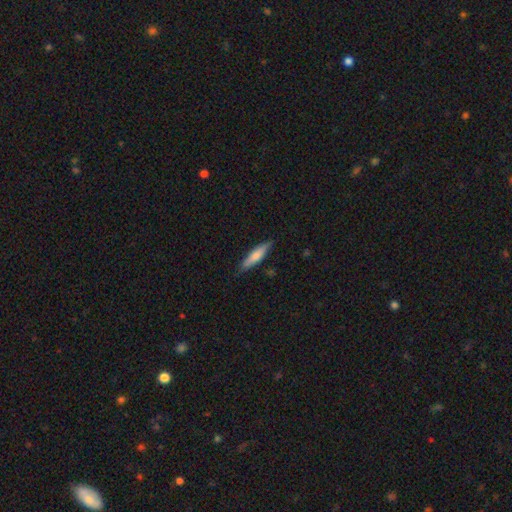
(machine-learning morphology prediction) Q: Smooth or featured?
A: smooth (71%); runner-up: featured or disk (24%)
Q: How rounded?
A: cigar-shaped (79%); runner-up: in between (20%)
Q: Merging?
A: none (83%); runner-up: minor disturbance (14%)